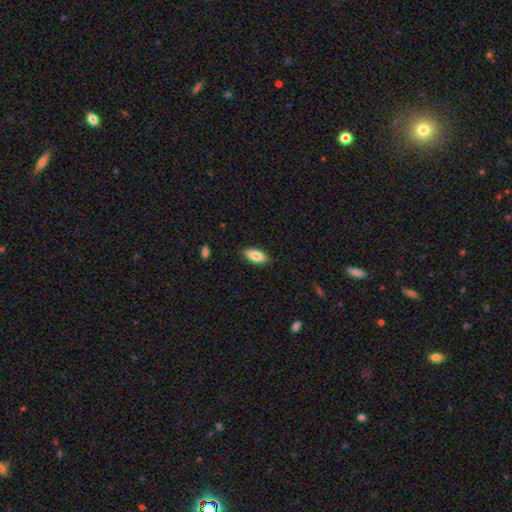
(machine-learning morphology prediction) Smooth or featured? Predicted: smooth (p=0.81). How rounded? Predicted: in between (p=0.86). Merging? Predicted: none (p=0.88).